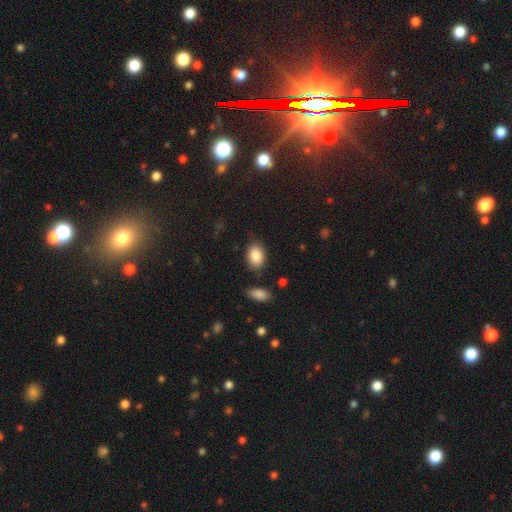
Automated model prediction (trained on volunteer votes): Overall: smooth (86%). How rounded: in between (79%). Merging: none (83%).